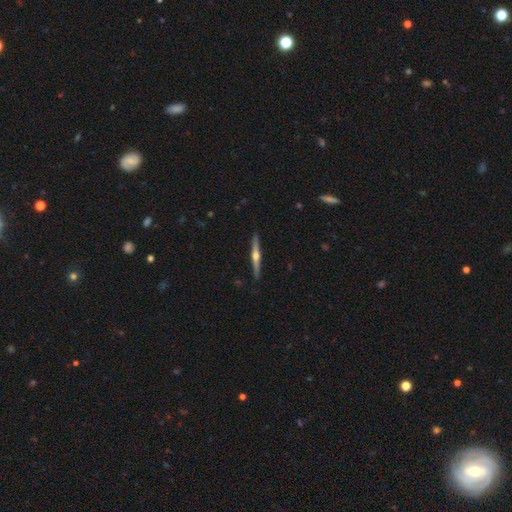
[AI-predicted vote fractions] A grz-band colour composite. It shows a featured or disk galaxy (75%) viewed edge-on (98%) with a rounded central bulge (94%). Merging: none (91%).